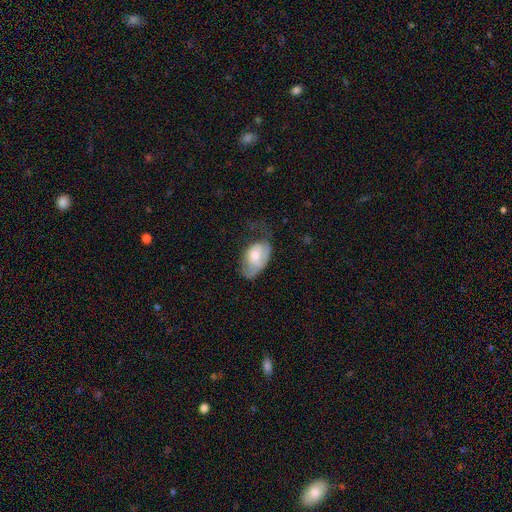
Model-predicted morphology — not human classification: A smooth galaxy with no disk features (58%) that is in between round and cigar-shaped (91%).

Vote fractions:
- Smooth or featured? smooth: 58% / featured or disk: 36% / star or artifact: 7%
- How rounded? in between: 91% / round: 7% / cigar-shaped: 2%
- Merging? major disturbance: 38% / minor disturbance: 33% / none: 27% / merger: 2%